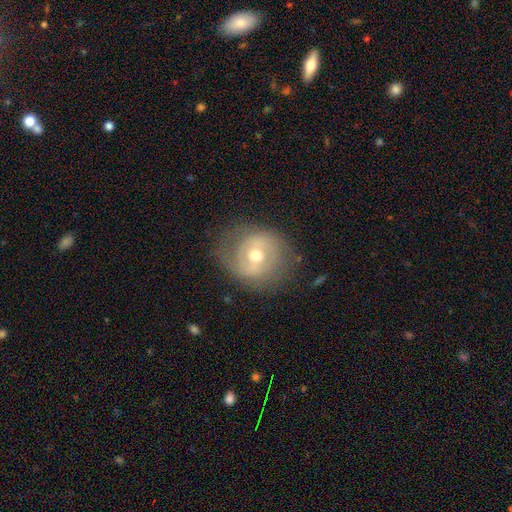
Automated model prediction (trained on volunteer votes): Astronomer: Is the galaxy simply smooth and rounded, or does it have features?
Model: featured or disk — 59%.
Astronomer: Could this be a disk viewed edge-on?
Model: no — 96%.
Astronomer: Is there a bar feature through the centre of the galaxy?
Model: no — 49% (runner-up: weak, 37%).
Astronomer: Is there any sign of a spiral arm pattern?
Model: yes — 57% (runner-up: no, 43%).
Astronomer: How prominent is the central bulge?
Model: moderate — 66%.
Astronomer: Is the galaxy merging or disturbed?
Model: none — 70%.